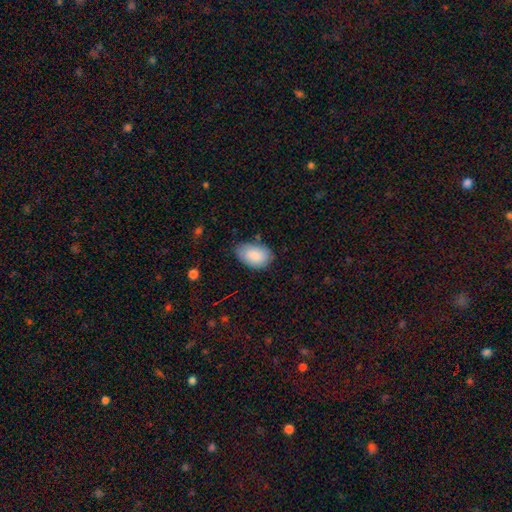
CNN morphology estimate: This appears to be a smooth galaxy with no disk features (85%) that is in between round and cigar-shaped (91%). Merging: none (71%).